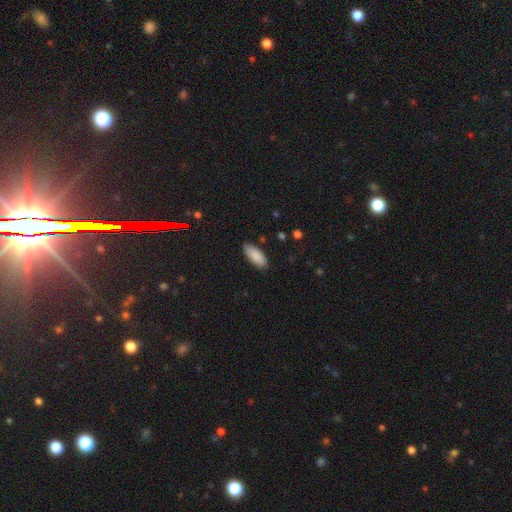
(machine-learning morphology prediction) smooth_or_featured: smooth (p=0.88) [alt: star or artifact p=0.06]
how_rounded: in between (p=0.84) [alt: cigar-shaped p=0.15]
merging: none (p=0.86) [alt: minor disturbance p=0.11]